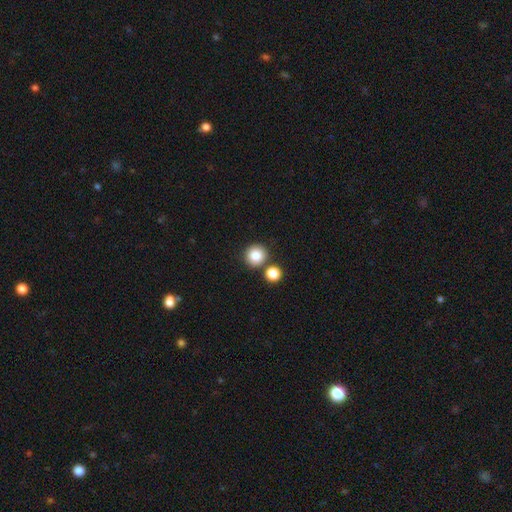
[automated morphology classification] Q: Smooth or featured?
A: smooth (84%); runner-up: star or artifact (10%)
Q: How rounded?
A: round (92%); runner-up: in between (7%)
Q: Merging?
A: none (77%); runner-up: merger (14%)